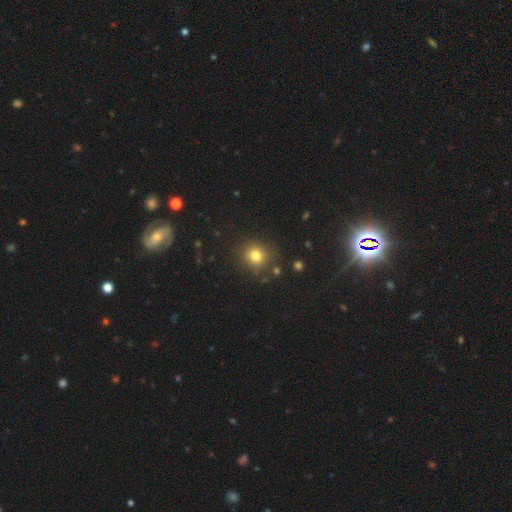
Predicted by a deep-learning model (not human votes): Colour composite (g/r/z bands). It shows a smooth galaxy with no disk features (78%) that is round (88%). Merging: none (85%).